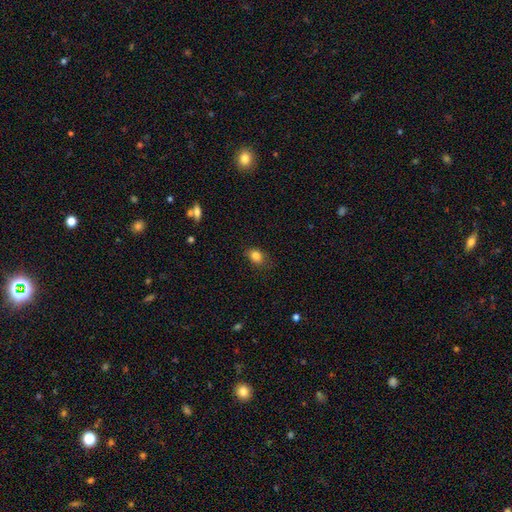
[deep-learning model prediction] A smooth galaxy with no disk features (84%) that is in between round and cigar-shaped (69%).

Vote fractions:
- Smooth or featured? smooth: 84% / star or artifact: 10% / featured or disk: 6%
- How rounded? in between: 69% / round: 30% / cigar-shaped: 1%
- Merging? none: 71% / minor disturbance: 21% / major disturbance: 6% / merger: 1%